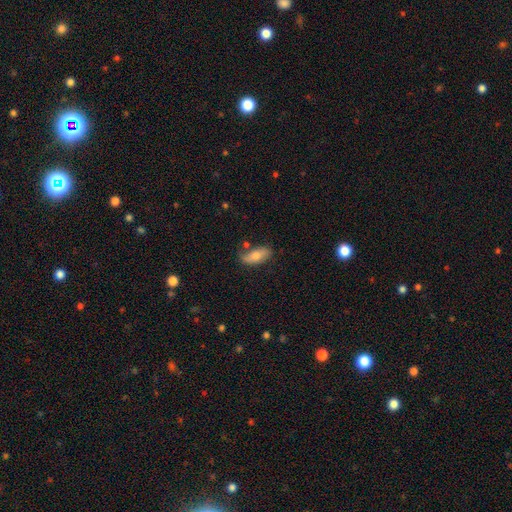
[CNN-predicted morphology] smooth-or-featured: smooth: 71% | featured or disk: 22% | star or artifact: 7%
  how-rounded: in between: 83% | cigar-shaped: 14% | round: 3%
  merging: none: 69% | minor disturbance: 20% | merger: 7% | major disturbance: 4%